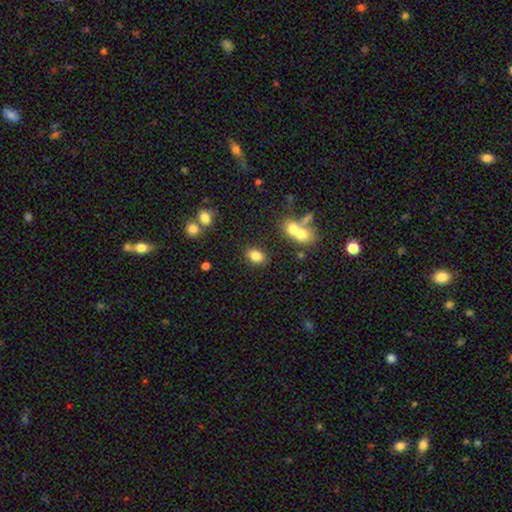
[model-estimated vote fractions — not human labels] Smooth or featured? smooth (82%)
How rounded? in between (83%)
Merging? none (79%)